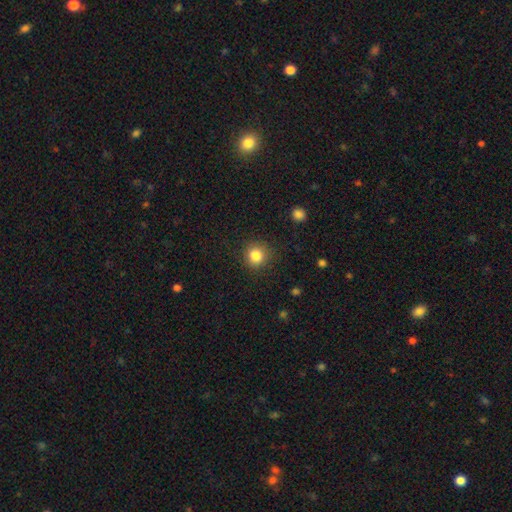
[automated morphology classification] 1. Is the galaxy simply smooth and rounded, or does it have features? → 85% smooth, 11% star or artifact, 5% featured or disk.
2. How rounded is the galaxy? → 91% round, 8% in between, 1% cigar-shaped.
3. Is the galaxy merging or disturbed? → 88% none, 8% minor disturbance, 3% major disturbance, 1% merger.